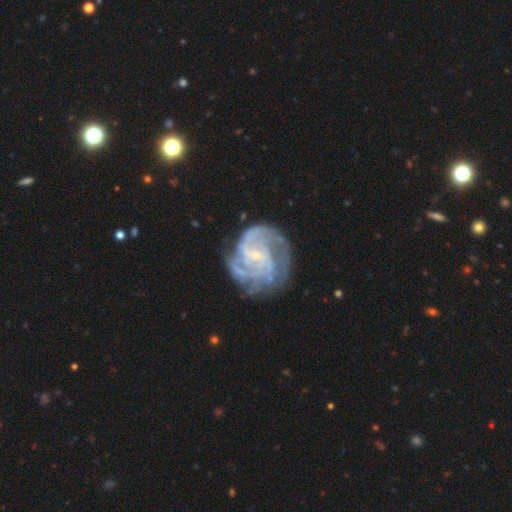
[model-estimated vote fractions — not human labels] featured or disk 88%, star or artifact 6%, smooth 6%. Down the decision tree: edge-on disk — no (98%); bar — no (54%); spiral arms — yes (96%); spiral arm count — 3 (29%); spiral winding — tight (52%); bulge size — small (81%); merging — none (67%).